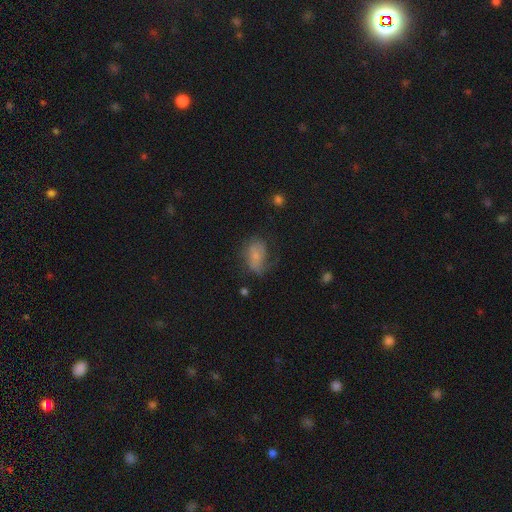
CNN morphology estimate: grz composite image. It shows a smooth galaxy with no disk features (59%) that is in between round and cigar-shaped (82%). Merging: none (44%).